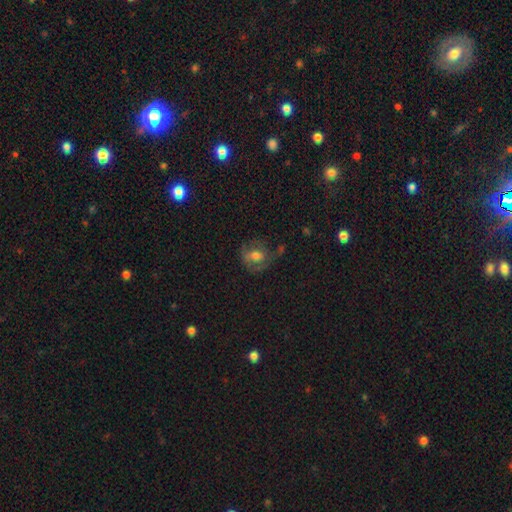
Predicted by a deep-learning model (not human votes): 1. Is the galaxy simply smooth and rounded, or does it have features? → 48% smooth, 41% featured or disk, 11% star or artifact.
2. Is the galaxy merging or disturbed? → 49% none, 25% minor disturbance, 22% major disturbance, 4% merger.